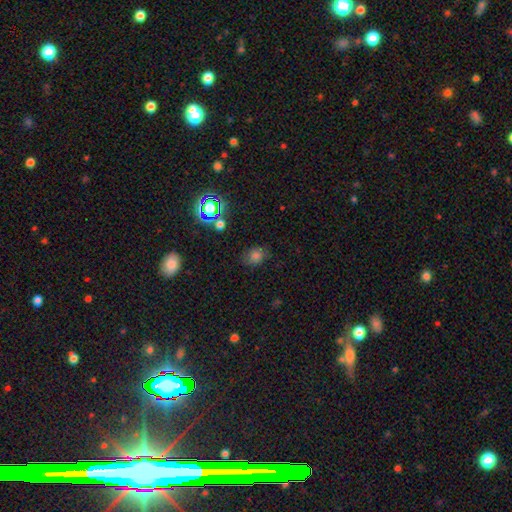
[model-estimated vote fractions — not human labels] Smooth or featured? smooth (69%)
How rounded? round (57%)
Merging? none (74%)